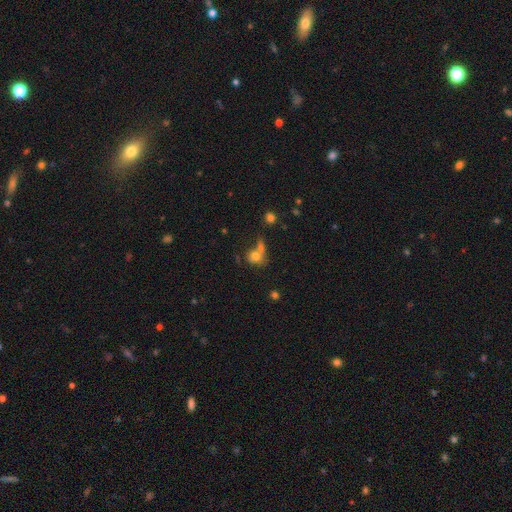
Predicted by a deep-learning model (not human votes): smooth 72%, featured or disk 15%, star or artifact 13%. Down the decision tree: how rounded — round (62%); merging — merger (44%).